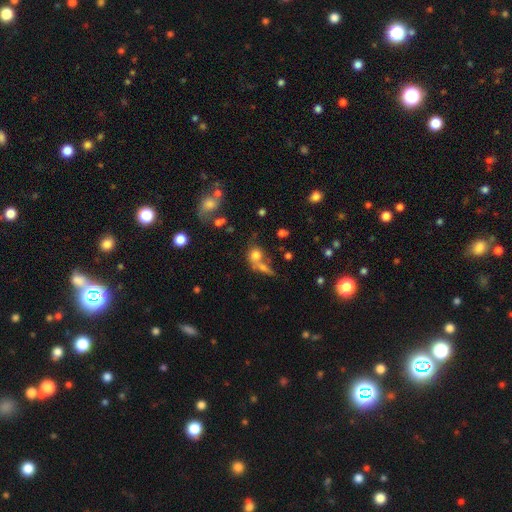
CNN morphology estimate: Smooth or featured: smooth — 72% (star or artifact — 14%)
How rounded: round — 62% (in between — 33%)
Merging: none — 42% (merger — 39%)